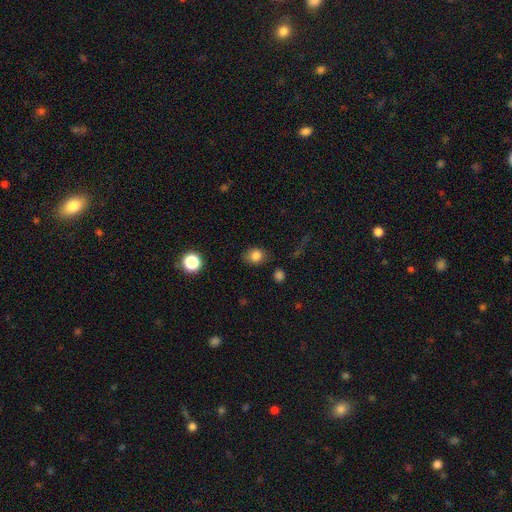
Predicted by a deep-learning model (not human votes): Smooth or featured: smooth — 82% (star or artifact — 12%)
How rounded: round — 58% (in between — 41%)
Merging: none — 80% (minor disturbance — 14%)